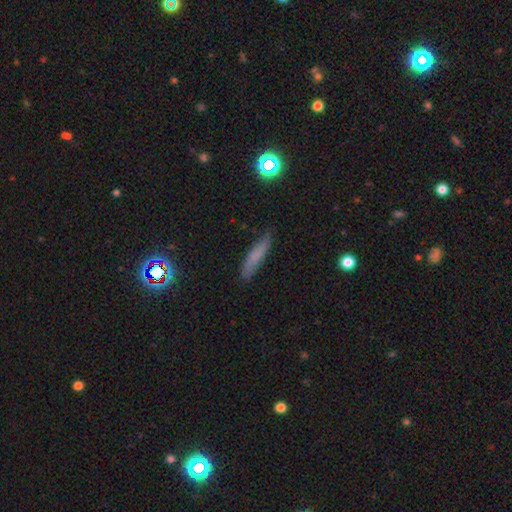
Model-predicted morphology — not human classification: This appears to be a smooth galaxy with no disk features (66%) that is cigar-shaped (85%). Merging: none (78%).